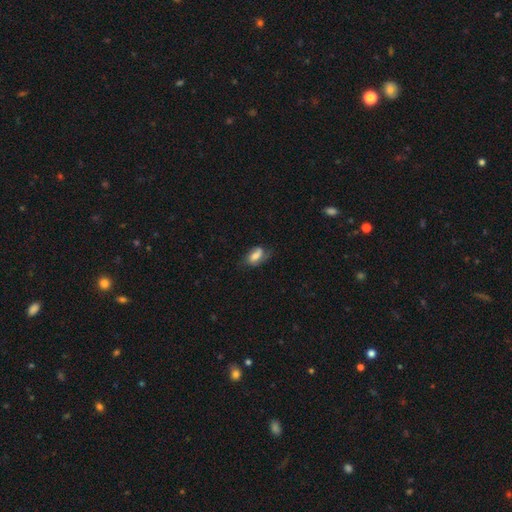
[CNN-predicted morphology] Smooth or featured?
  - smooth: 56% *
  - featured or disk: 35%
  - star or artifact: 8%
How rounded?
  - in between: 87% *
  - cigar-shaped: 7%
  - round: 6%
Merging?
  - none: 54% *
  - minor disturbance: 30%
  - major disturbance: 13%
  - merger: 2%